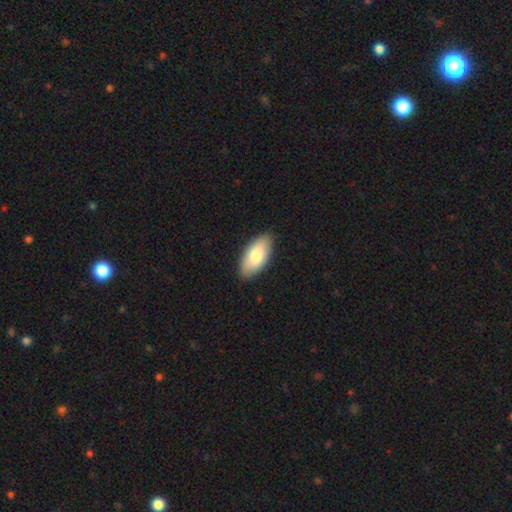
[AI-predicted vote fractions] Smooth or featured: smooth — 80% (featured or disk — 15%)
How rounded: in between — 92% (cigar-shaped — 6%)
Merging: none — 86% (minor disturbance — 11%)